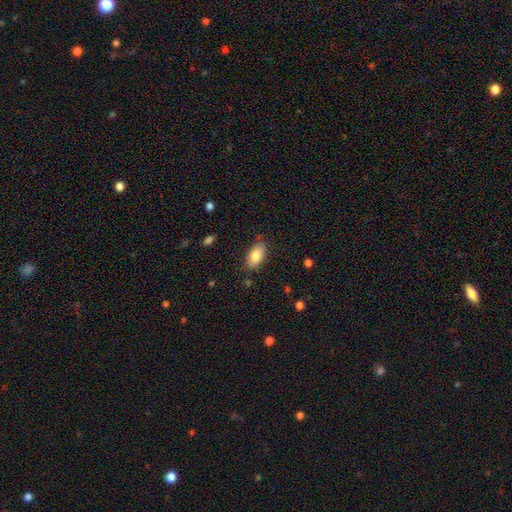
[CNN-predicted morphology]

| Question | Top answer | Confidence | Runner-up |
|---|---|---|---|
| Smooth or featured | smooth | 84% | featured or disk (9%) |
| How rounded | in between | 92% | cigar-shaped (5%) |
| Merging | none | 82% | minor disturbance (14%) |